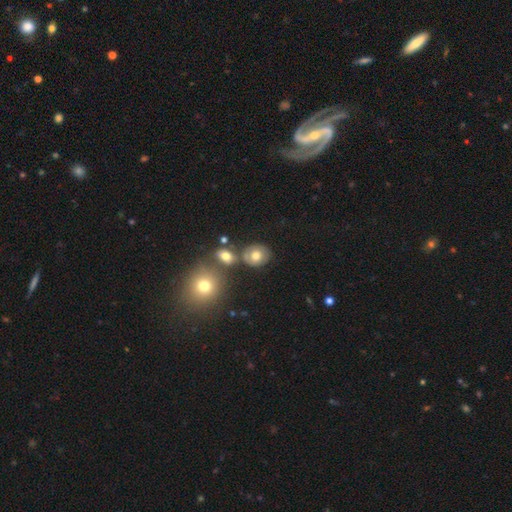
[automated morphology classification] Overall: smooth (69%). How rounded: round (65%; in between 34%). Merging: none (66%).